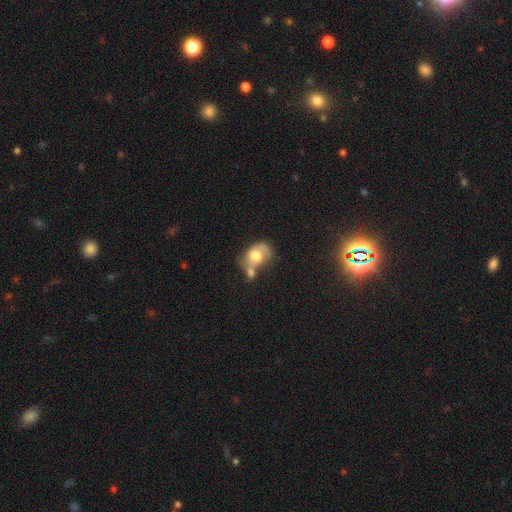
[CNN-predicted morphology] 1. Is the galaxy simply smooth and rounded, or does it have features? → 58% smooth, 33% featured or disk, 8% star or artifact.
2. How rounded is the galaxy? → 66% in between, 33% round, 1% cigar-shaped.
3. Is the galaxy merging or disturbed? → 47% merger, 23% none, 17% minor disturbance, 13% major disturbance.